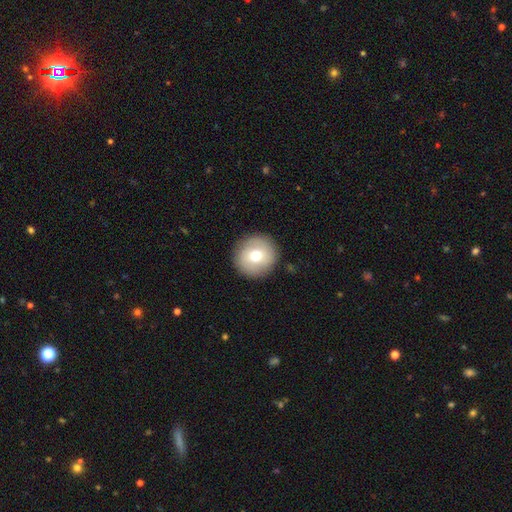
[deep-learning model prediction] Overall: smooth (70%). How rounded: round (94%). Merging: none (90%).